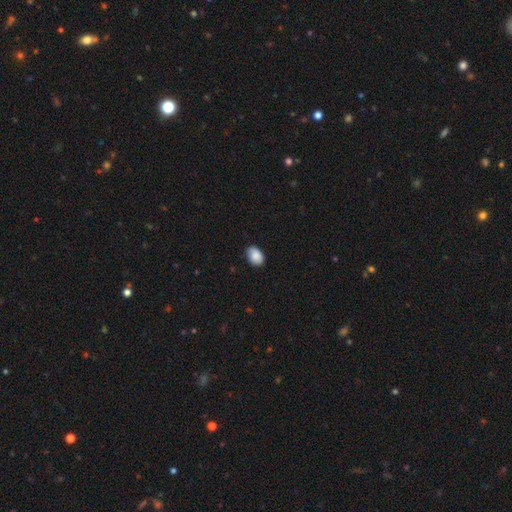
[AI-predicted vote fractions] smooth 87%, star or artifact 7%, featured or disk 6%. Down the decision tree: how rounded — in between (82%); merging — none (83%).